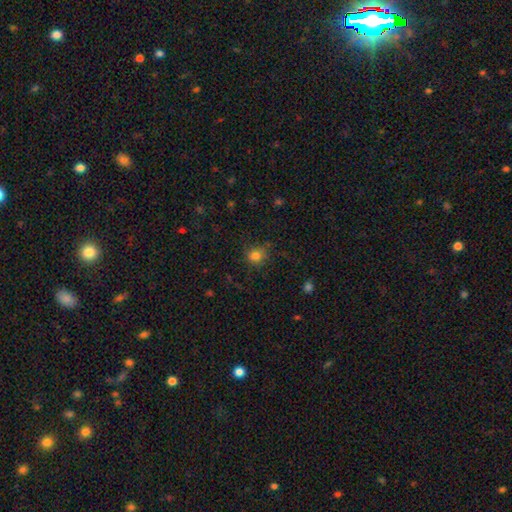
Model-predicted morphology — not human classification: Smooth or featured? smooth (81%)
How rounded? round (85%)
Merging? none (81%)